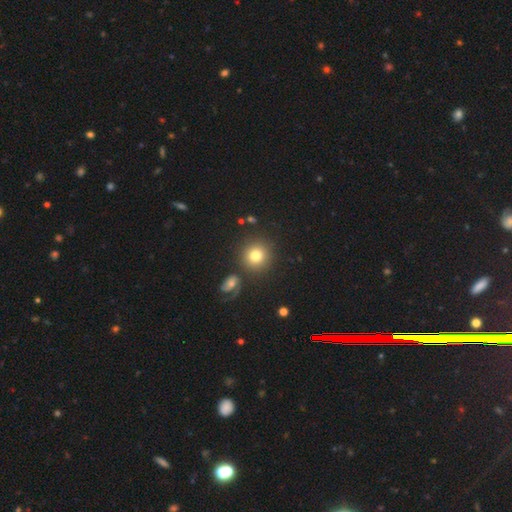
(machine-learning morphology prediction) The model was most divided on "smooth or featured": smooth: 79%, star or artifact: 11%, featured or disk: 10%. More confident: how rounded — round (91%); merging — none (81%).